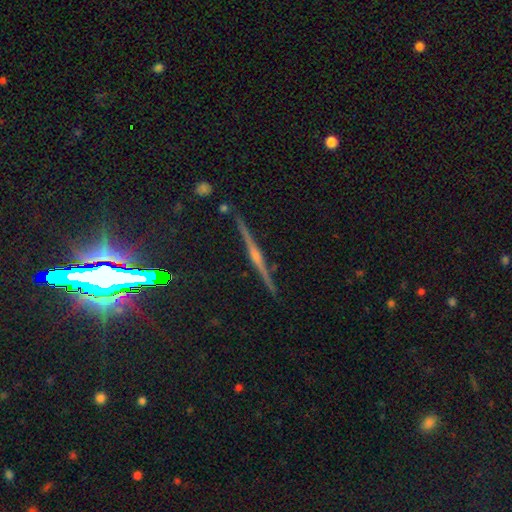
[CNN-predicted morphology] The model was most divided on "edge-on bulge": rounded: 73%, none: 14%, boxy: 13%. More confident: edge-on disk — yes (98%); merging — none (91%); smooth or featured — featured or disk (76%).